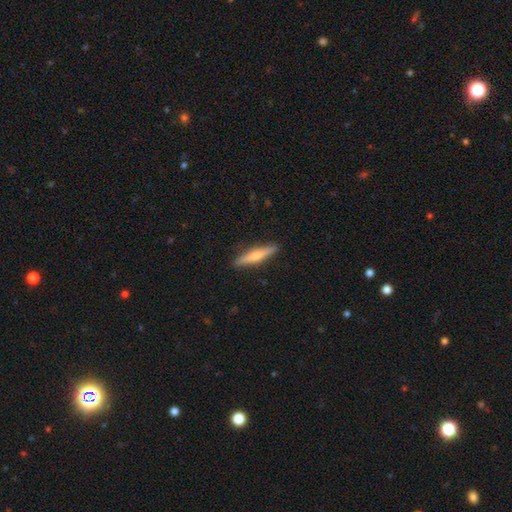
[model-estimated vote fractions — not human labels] Morphology: type=smooth (52%); roundness=cigar-shaped (89%); merging=none (90%).